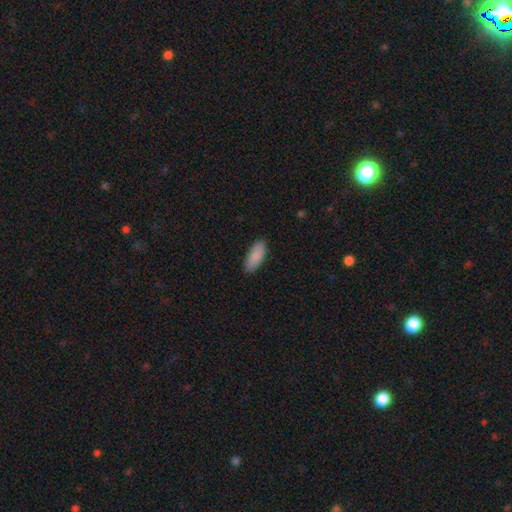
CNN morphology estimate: Q: Smooth or featured?
A: smooth (89%); runner-up: star or artifact (6%)
Q: How rounded?
A: in between (85%); runner-up: cigar-shaped (14%)
Q: Merging?
A: none (86%); runner-up: minor disturbance (11%)